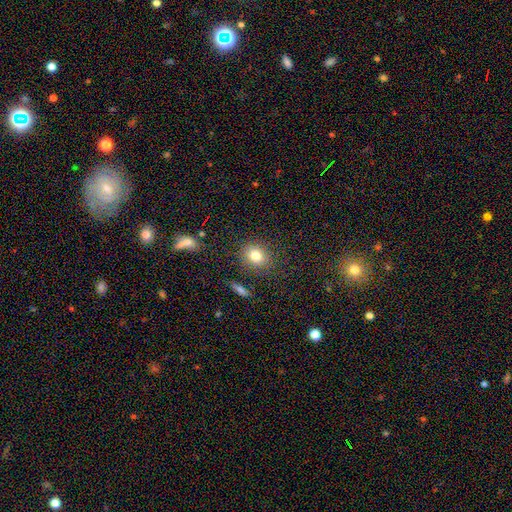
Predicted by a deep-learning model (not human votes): Q: Smooth or featured?
A: smooth (80%); runner-up: star or artifact (12%)
Q: How rounded?
A: round (65%); runner-up: in between (33%)
Q: Merging?
A: none (83%); runner-up: minor disturbance (10%)